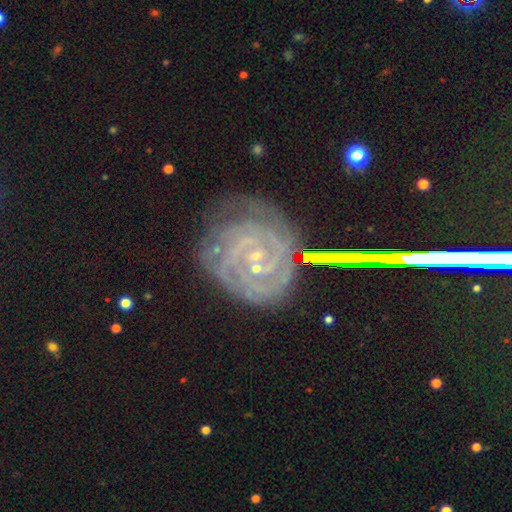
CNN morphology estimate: type=featured or disk (88%); edge-on=no (97%); bar=no (52%); spiral arms=yes (98%); winding=tight (82%); arm count=2 (28%); bulge=small (83%); merging=none (67%).